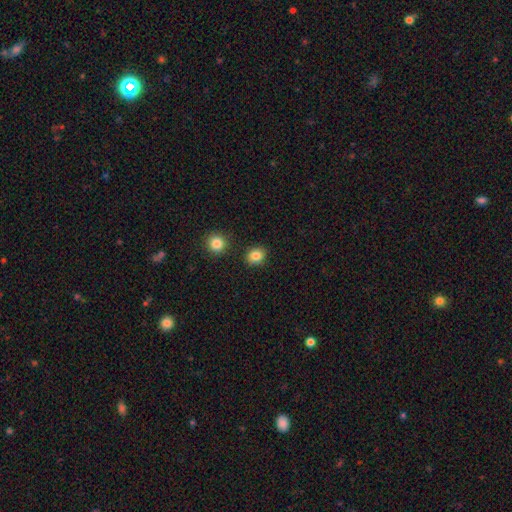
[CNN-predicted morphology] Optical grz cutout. It shows a smooth galaxy with no disk features (84%) that is round (75%). Merging: none (87%).